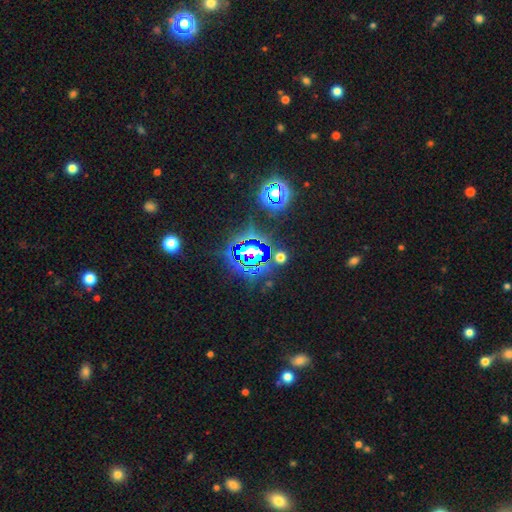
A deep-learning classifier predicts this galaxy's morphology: This appears to be a star or artifact, not a galaxy (76%).